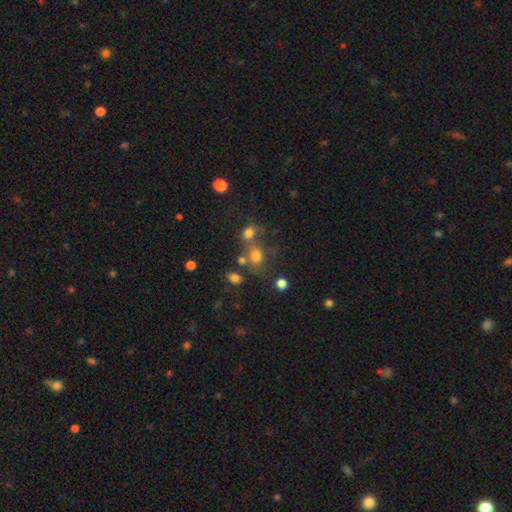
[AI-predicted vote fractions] smooth_or_featured: smooth (p=0.73) [alt: star or artifact p=0.17]
how_rounded: round (p=0.62) [alt: in between p=0.37]
merging: none (p=0.49) [alt: merger p=0.29]